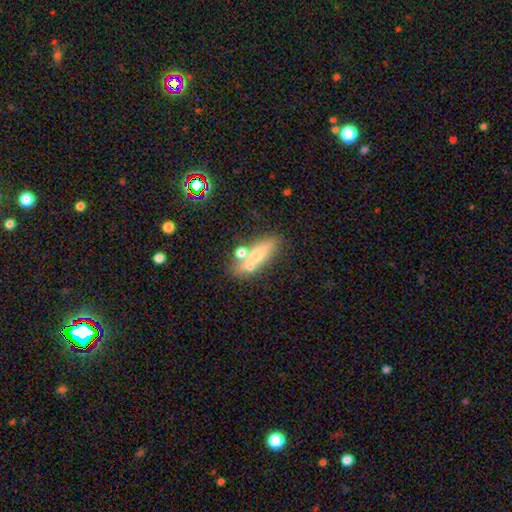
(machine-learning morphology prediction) smooth-or-featured: smooth: 55% | featured or disk: 35% | star or artifact: 10%
  how-rounded: in between: 47% | cigar-shaped: 46% | round: 7%
  merging: none: 55% | merger: 23% | minor disturbance: 15% | major disturbance: 7%